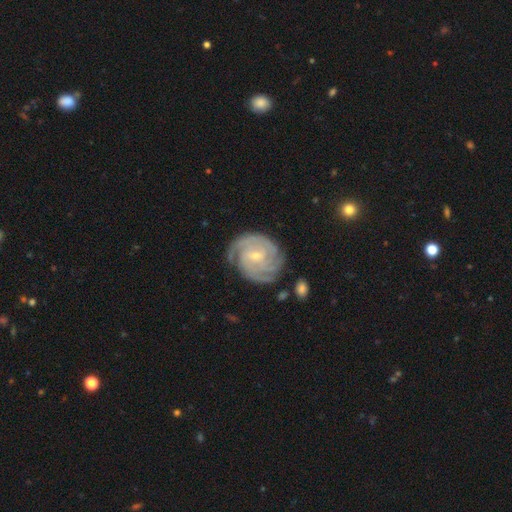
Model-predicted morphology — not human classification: Smooth or featured? featured or disk (89%)
Edge-on disk? no (98%)
Bar? no (44%)
Spiral arms? yes (98%)
Spiral winding? tight (75%)
Spiral arm count? 3 (28%)
Bulge size? small (74%)
Merging? none (76%)